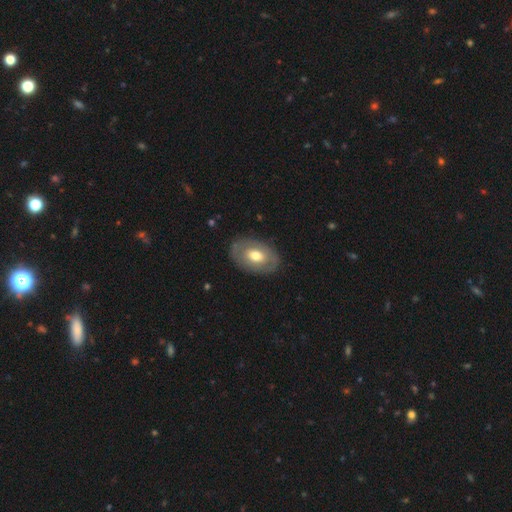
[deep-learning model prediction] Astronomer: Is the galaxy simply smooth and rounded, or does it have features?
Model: smooth — 52% (runner-up: featured or disk, 43%).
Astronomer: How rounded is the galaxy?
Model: in between — 84%.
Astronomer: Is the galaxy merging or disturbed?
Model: none — 83%.